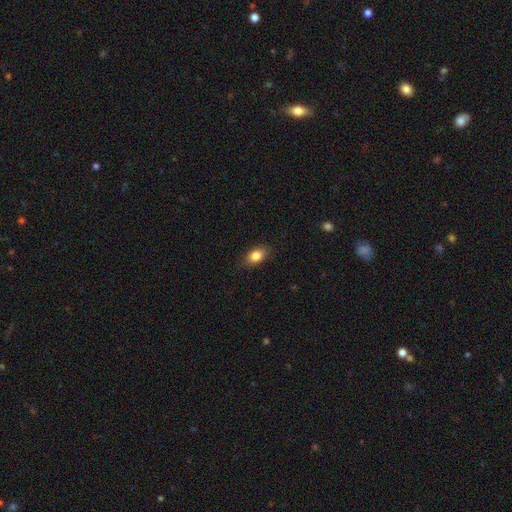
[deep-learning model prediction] smooth_or_featured: smooth (p=0.83) [alt: featured or disk p=0.09]
how_rounded: in between (p=0.83) [alt: round p=0.13]
merging: none (p=0.84) [alt: minor disturbance p=0.12]